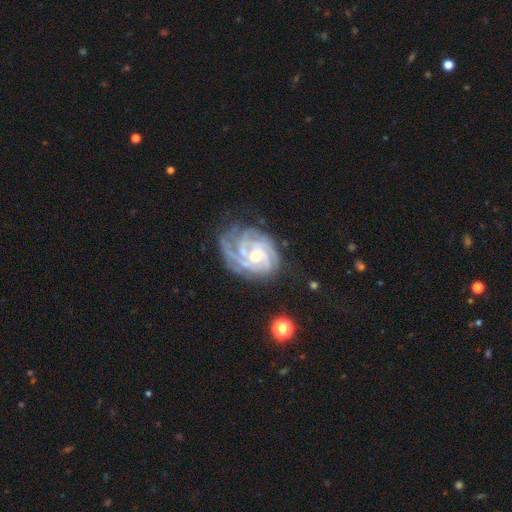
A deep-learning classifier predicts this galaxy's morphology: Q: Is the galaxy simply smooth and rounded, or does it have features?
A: featured or disk — 88%.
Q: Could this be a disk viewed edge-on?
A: no — 98%.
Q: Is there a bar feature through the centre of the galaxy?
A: no — 66%.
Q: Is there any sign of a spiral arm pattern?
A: yes — 97%.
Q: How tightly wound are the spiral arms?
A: tight — 68%.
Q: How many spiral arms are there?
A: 3 — 29%.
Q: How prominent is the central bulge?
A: moderate — 50%.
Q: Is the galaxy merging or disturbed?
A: none — 60%.